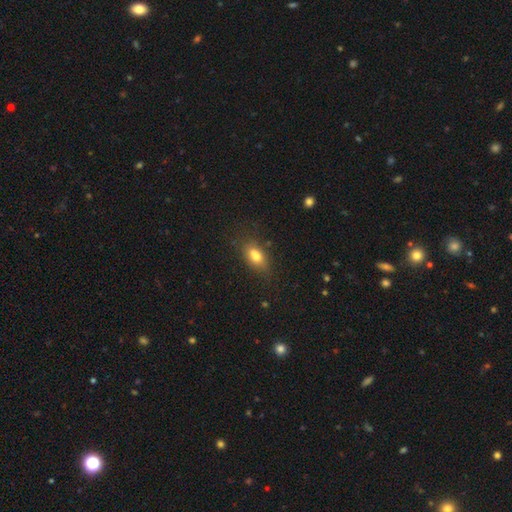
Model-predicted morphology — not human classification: Q: Smooth or featured?
A: smooth (74%); runner-up: featured or disk (15%)
Q: How rounded?
A: in between (81%); runner-up: round (14%)
Q: Merging?
A: none (56%); runner-up: minor disturbance (21%)